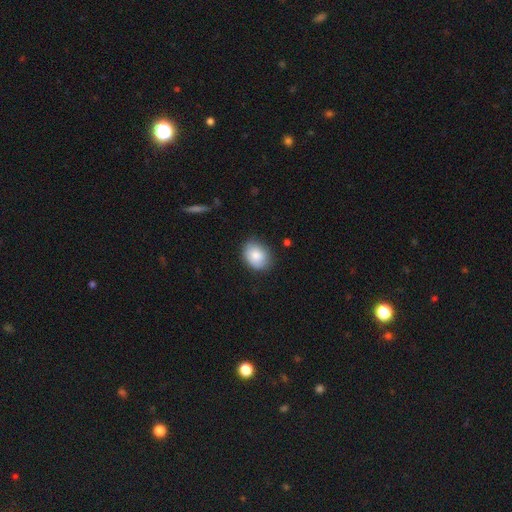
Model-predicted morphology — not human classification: Smooth or featured?
  - smooth: 83% *
  - featured or disk: 9%
  - star or artifact: 7%
How rounded?
  - in between: 53% *
  - round: 46%
  - cigar-shaped: 1%
Merging?
  - none: 79% *
  - minor disturbance: 17%
  - major disturbance: 3%
  - merger: 1%